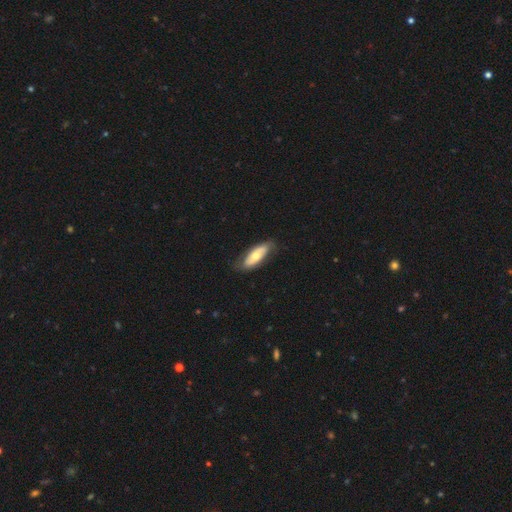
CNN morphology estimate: This is possibly a smooth galaxy (53%). How rounded: likely in between (73%). Merging: likely none (74%).